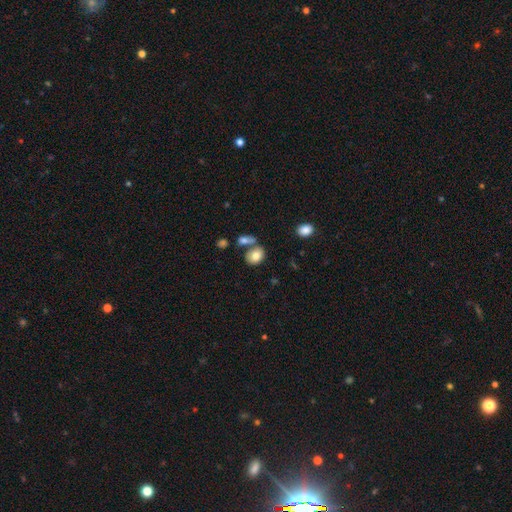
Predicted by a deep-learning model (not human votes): This is likely a smooth galaxy (80%). How rounded: likely in between (65%). Merging: possibly none (54%).